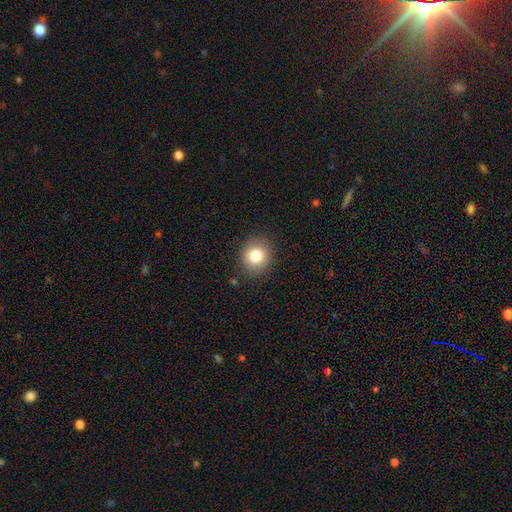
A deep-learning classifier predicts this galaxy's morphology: The model was most divided on "how rounded": round: 79%, in between: 20%, cigar-shaped: 1%. More confident: merging — none (88%); smooth or featured — smooth (81%).